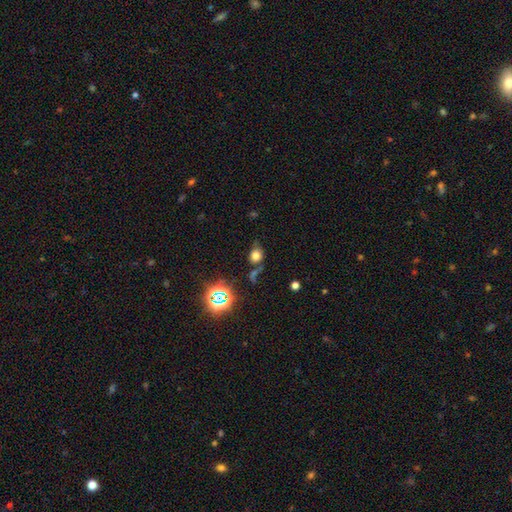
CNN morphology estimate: This appears to be a smooth galaxy with no disk features (64%) that is round (54%). Merging: none (54%).